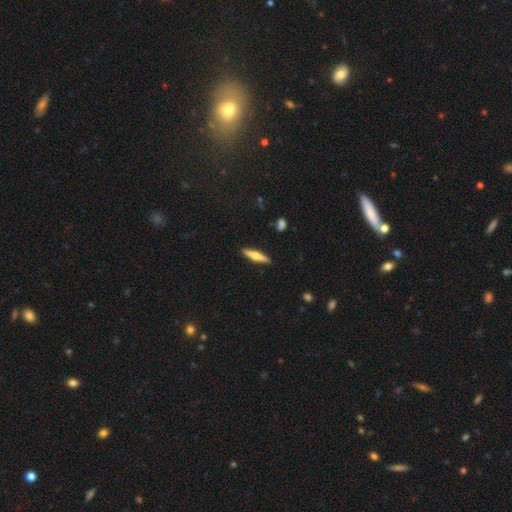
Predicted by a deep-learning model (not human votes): smooth_or_featured: featured or disk (p=0.52) [alt: smooth p=0.42]
disk_edge_on: yes (p=0.96) [alt: no p=0.04]
merging: none (p=0.90) [alt: minor disturbance p=0.07]